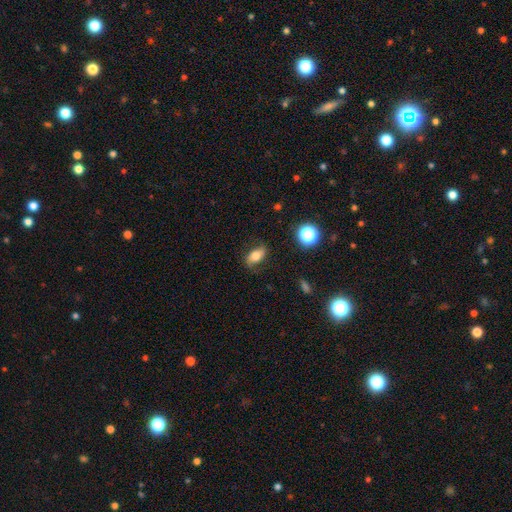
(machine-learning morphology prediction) type=smooth (54%); roundness=in between (81%); merging=none (74%).